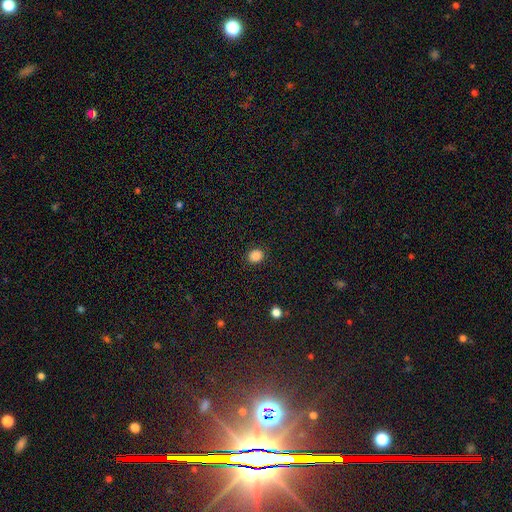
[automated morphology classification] The model was most divided on "how rounded": round: 78%, in between: 21%, cigar-shaped: 1%. More confident: merging — none (91%); smooth or featured — smooth (86%).